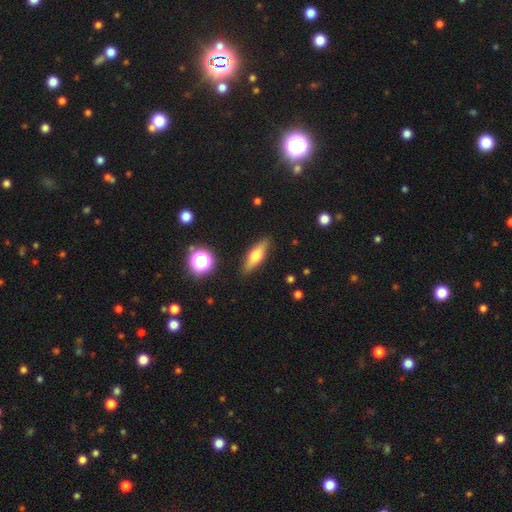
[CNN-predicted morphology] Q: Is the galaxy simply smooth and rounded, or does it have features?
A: smooth — 53%.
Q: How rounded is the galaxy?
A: cigar-shaped — 51%.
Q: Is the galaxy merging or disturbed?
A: none — 88%.